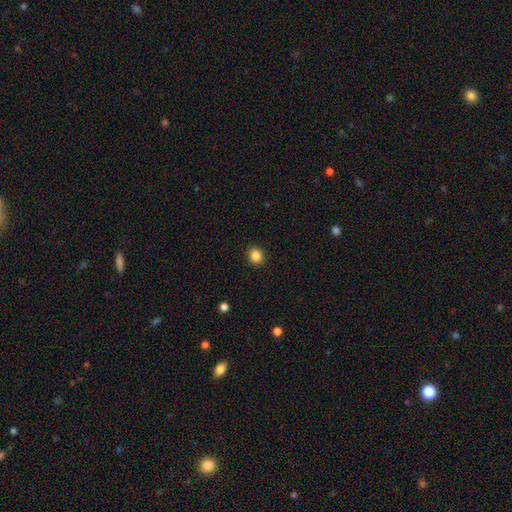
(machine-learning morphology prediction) The model was most divided on "how rounded": round: 83%, in between: 16%, cigar-shaped: 1%. More confident: merging — none (91%); smooth or featured — smooth (86%).